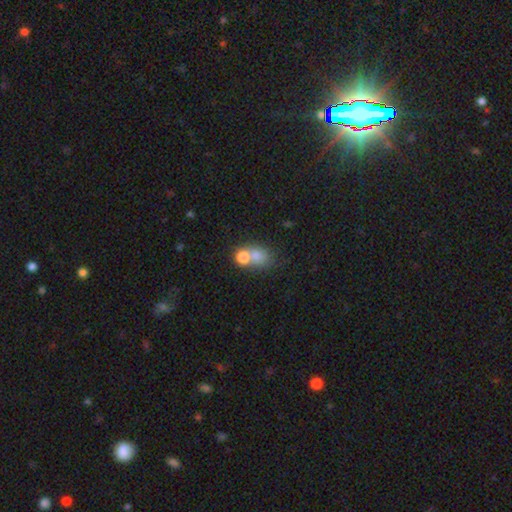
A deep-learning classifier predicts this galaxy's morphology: Smooth or featured? Predicted: smooth (p=0.72). How rounded? Predicted: round (p=0.54). Merging? Predicted: merger (p=0.45).